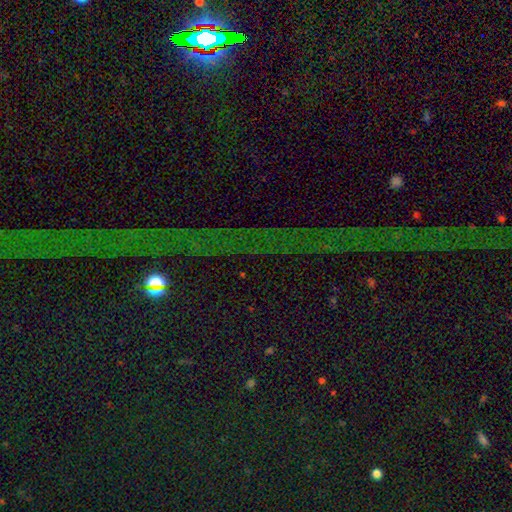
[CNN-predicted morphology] Smooth or featured?
  - star or artifact: 83% *
  - featured or disk: 9%
  - smooth: 8%